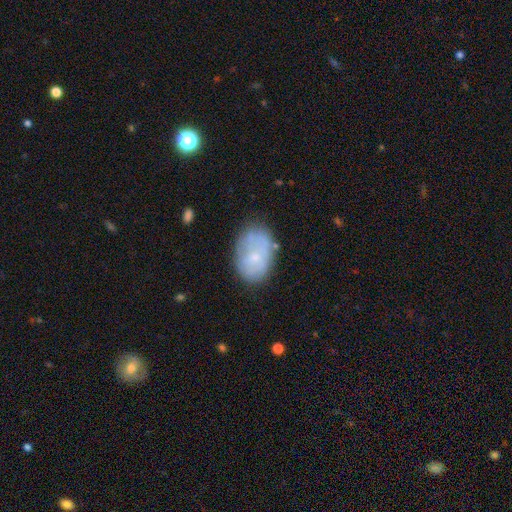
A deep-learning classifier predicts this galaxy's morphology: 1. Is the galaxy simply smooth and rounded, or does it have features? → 57% smooth, 35% featured or disk, 8% star or artifact.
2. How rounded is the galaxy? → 85% in between, 14% round, 1% cigar-shaped.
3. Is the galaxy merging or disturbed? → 63% none, 25% minor disturbance, 8% major disturbance, 3% merger.